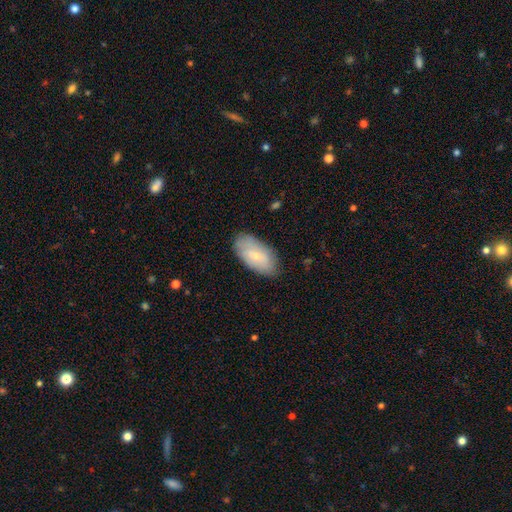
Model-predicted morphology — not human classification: Smooth or featured?
  - smooth: 67% *
  - featured or disk: 26%
  - star or artifact: 7%
How rounded?
  - in between: 94% *
  - cigar-shaped: 3%
  - round: 3%
Merging?
  - none: 80% *
  - minor disturbance: 15%
  - major disturbance: 3%
  - merger: 1%